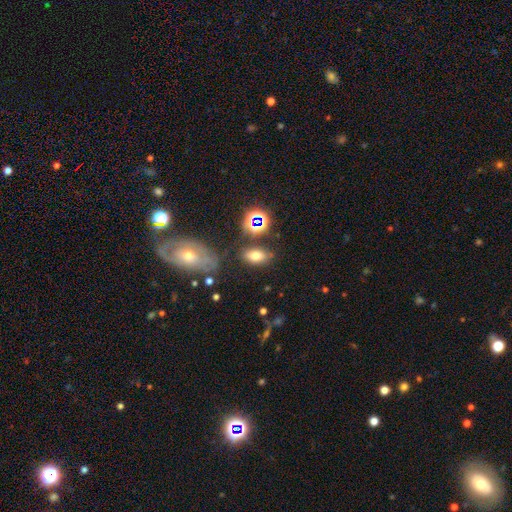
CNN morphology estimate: Overall: smooth (67%). How rounded: in between (86%). Merging: none (73%).